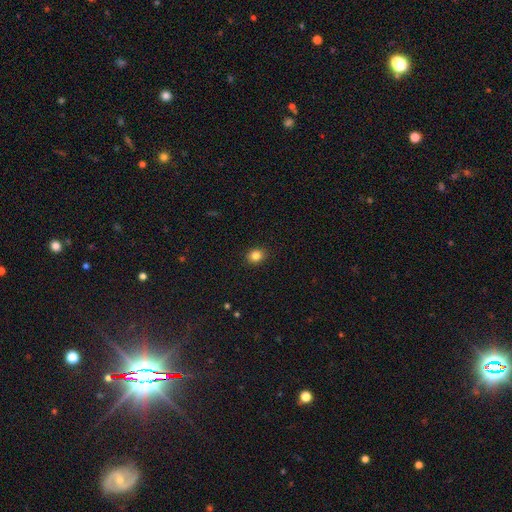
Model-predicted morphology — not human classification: type=smooth (83%); roundness=round (65%); merging=none (91%).